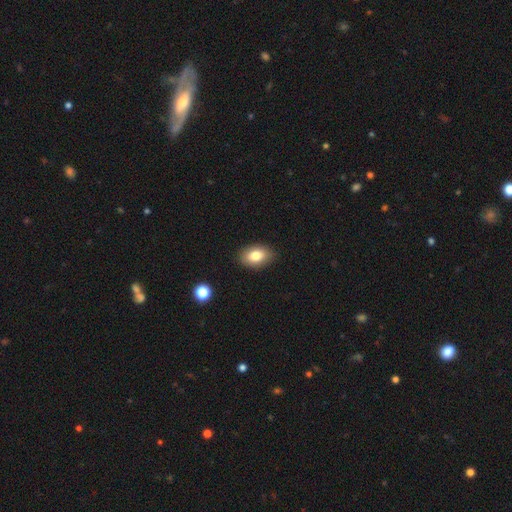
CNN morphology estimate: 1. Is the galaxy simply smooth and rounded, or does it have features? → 81% smooth, 11% featured or disk, 8% star or artifact.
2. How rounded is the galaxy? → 86% in between, 12% round, 1% cigar-shaped.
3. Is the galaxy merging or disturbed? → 88% none, 9% minor disturbance, 2% major disturbance, 1% merger.